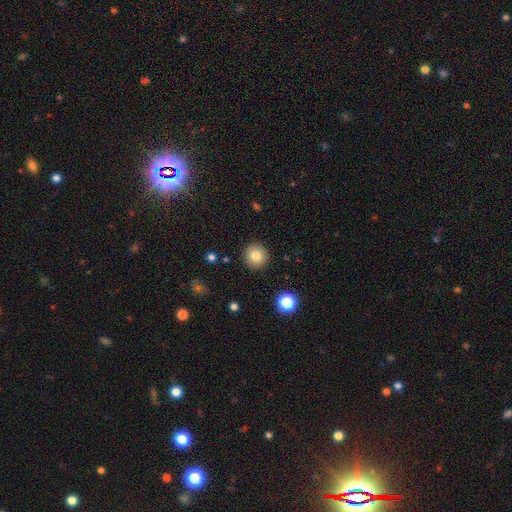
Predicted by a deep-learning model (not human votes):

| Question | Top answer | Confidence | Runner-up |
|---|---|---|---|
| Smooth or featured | smooth | 82% | star or artifact (11%) |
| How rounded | round | 94% | in between (5%) |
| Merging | none | 91% | minor disturbance (5%) |